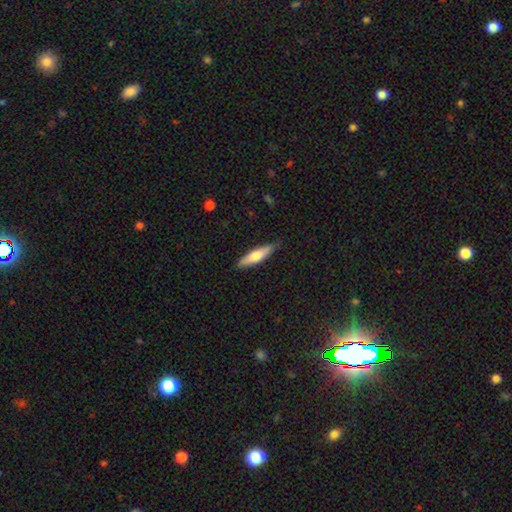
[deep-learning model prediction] Morphology: type=smooth (63%); roundness=cigar-shaped (75%); merging=none (85%).